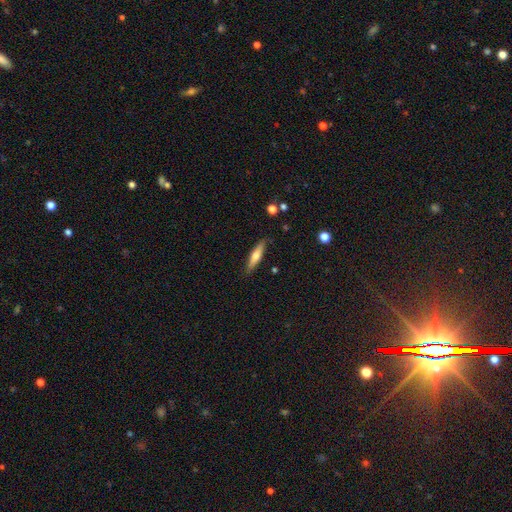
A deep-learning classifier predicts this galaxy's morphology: Smooth or featured? Predicted: smooth (p=0.56). How rounded? Predicted: cigar-shaped (p=0.80). Merging? Predicted: none (p=0.86).